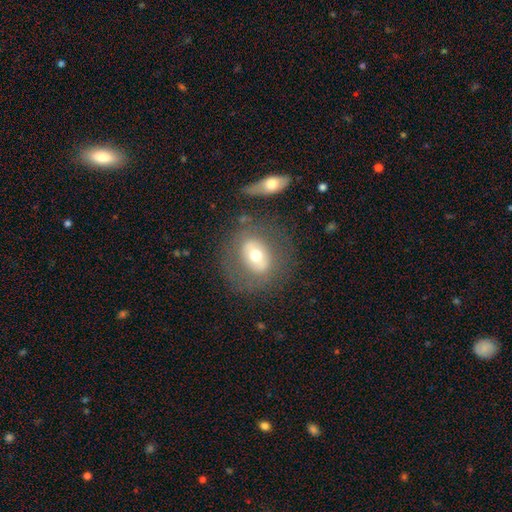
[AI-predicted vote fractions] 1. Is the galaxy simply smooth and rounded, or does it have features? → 46% smooth, 45% featured or disk, 8% star or artifact.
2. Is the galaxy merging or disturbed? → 71% none, 14% minor disturbance, 9% major disturbance, 6% merger.